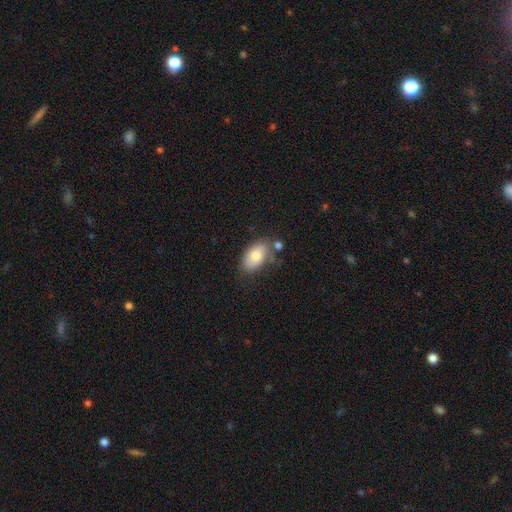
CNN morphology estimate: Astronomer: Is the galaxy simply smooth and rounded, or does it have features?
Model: smooth — 77%.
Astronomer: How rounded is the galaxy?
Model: in between — 93%.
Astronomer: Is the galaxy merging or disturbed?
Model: none — 62%.